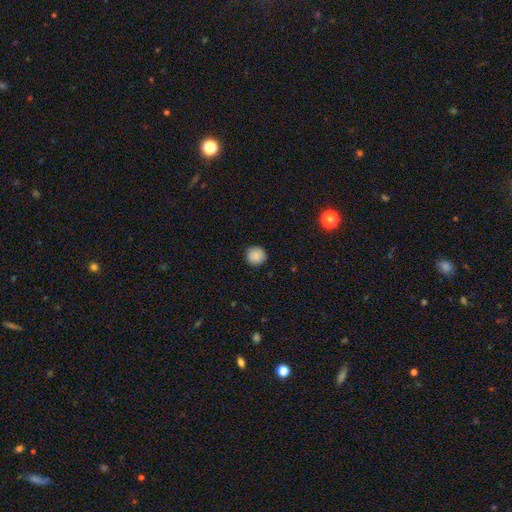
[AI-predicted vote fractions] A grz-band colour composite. It shows a smooth galaxy with no disk features (88%) that is round (94%). Merging: none (89%).